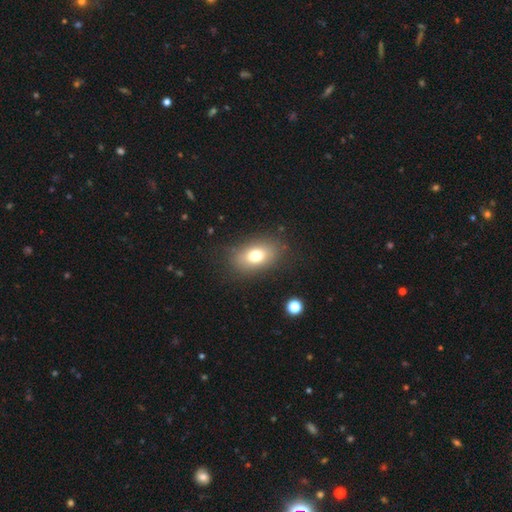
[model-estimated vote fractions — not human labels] Smooth or featured?
  - smooth: 73% *
  - featured or disk: 16%
  - star or artifact: 11%
How rounded?
  - in between: 82% *
  - round: 16%
  - cigar-shaped: 2%
Merging?
  - none: 82% *
  - minor disturbance: 11%
  - major disturbance: 5%
  - merger: 1%